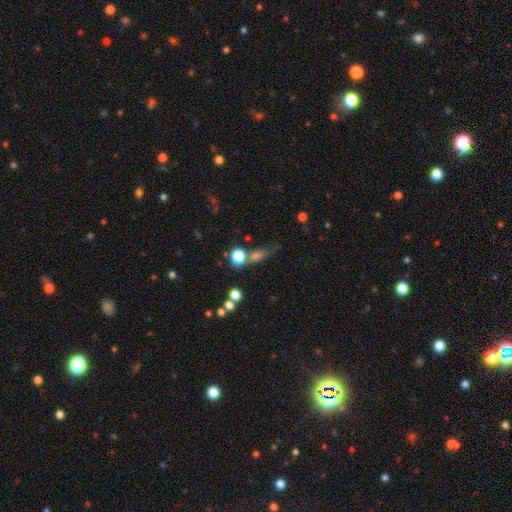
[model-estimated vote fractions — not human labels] The model was most divided on "how rounded": round: 48%, in between: 31%, cigar-shaped: 21%. More confident: smooth or featured — smooth (55%); merging — none (53%).